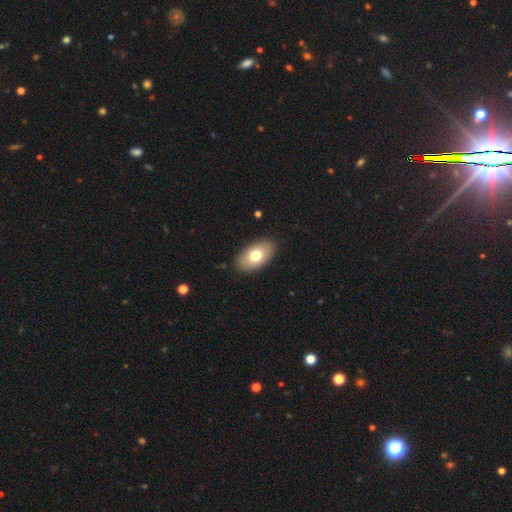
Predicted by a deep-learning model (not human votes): Smooth or featured? Predicted: smooth (p=0.72). How rounded? Predicted: in between (p=0.93). Merging? Predicted: none (p=0.87).